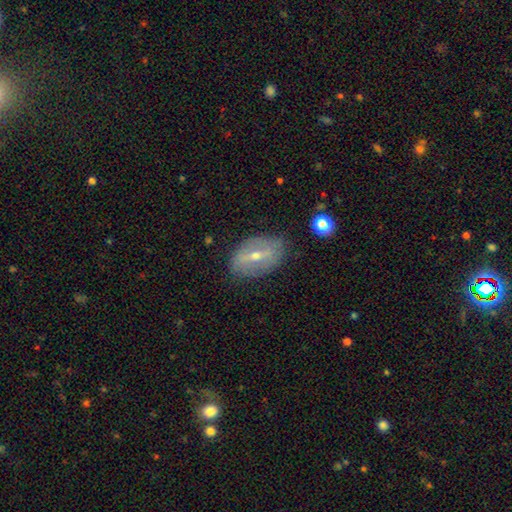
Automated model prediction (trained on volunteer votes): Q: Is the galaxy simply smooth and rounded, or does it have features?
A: featured or disk — 65%.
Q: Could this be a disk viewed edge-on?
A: no — 86%.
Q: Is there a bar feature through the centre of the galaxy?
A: strong — 52%.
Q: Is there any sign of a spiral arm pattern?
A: no — 60%.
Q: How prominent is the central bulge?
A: small — 53%.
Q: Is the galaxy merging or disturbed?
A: none — 76%.